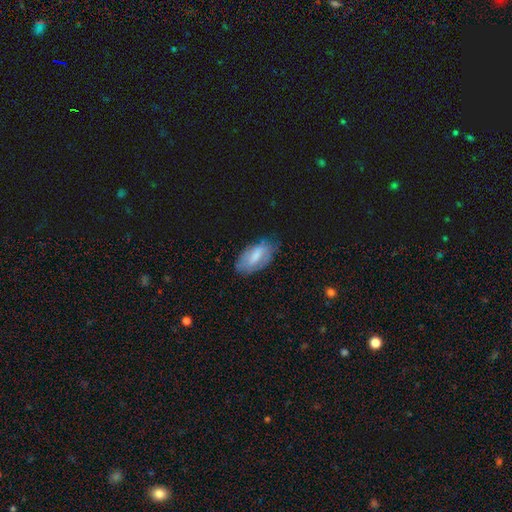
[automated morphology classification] This is likely a smooth galaxy (63%). How rounded: clearly in between (91%). Merging: likely none (67%).